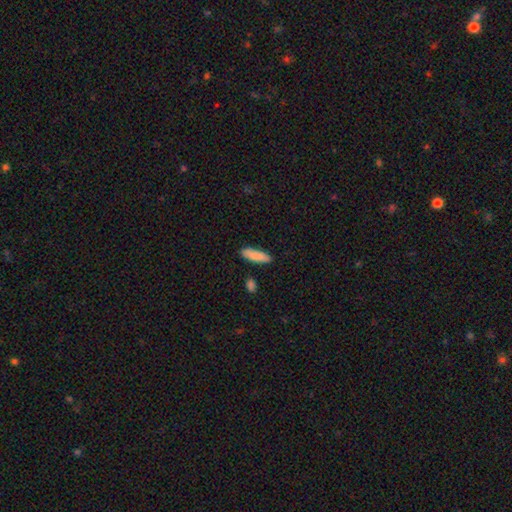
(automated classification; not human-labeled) smooth_or_featured: smooth (p=0.84) [alt: featured or disk p=0.10]
how_rounded: cigar-shaped (p=0.55) [alt: in between p=0.43]
merging: none (p=0.86) [alt: minor disturbance p=0.10]